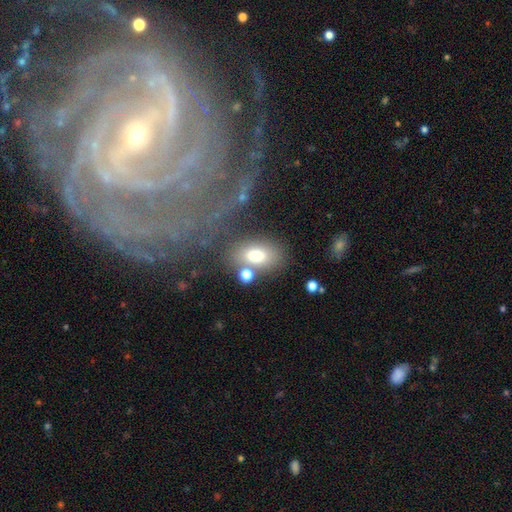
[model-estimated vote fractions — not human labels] smooth-or-featured: smooth: 75% | featured or disk: 15% | star or artifact: 10%
  how-rounded: in between: 86% | round: 11% | cigar-shaped: 2%
  merging: none: 62% | merger: 16% | minor disturbance: 14% | major disturbance: 7%